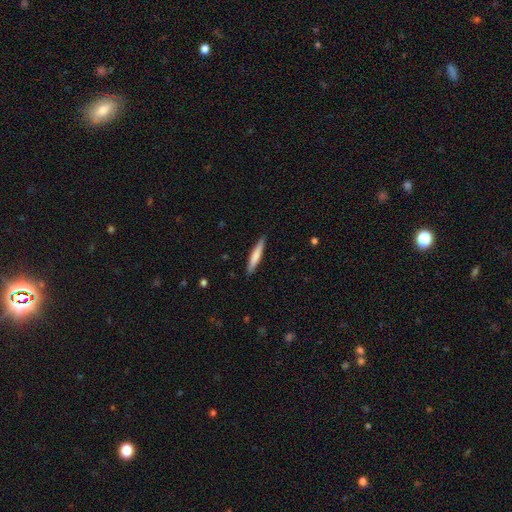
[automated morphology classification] Overall: smooth (71%). How rounded: cigar-shaped (92%). Merging: none (90%).